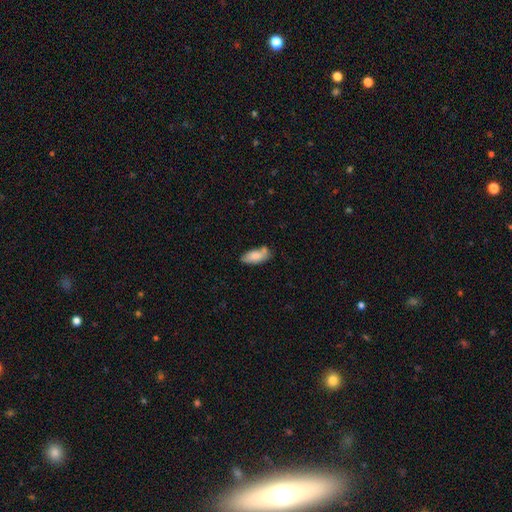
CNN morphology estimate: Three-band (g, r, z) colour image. It shows a smooth galaxy with no disk features (82%) that is in between round and cigar-shaped (85%). Merging: none (59%).